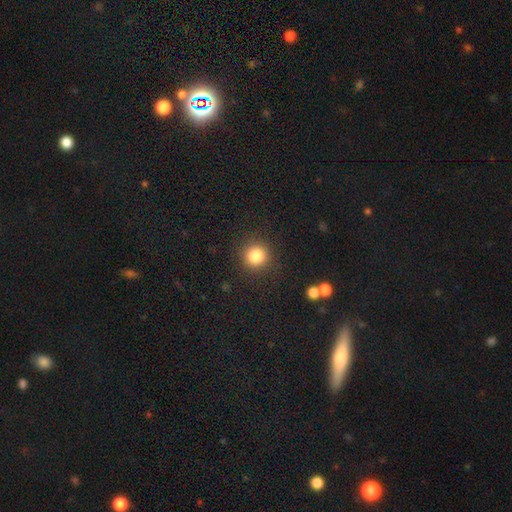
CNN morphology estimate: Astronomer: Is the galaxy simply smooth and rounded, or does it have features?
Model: smooth — 84%.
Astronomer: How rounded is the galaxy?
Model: round — 93%.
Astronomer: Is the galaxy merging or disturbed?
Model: none — 89%.